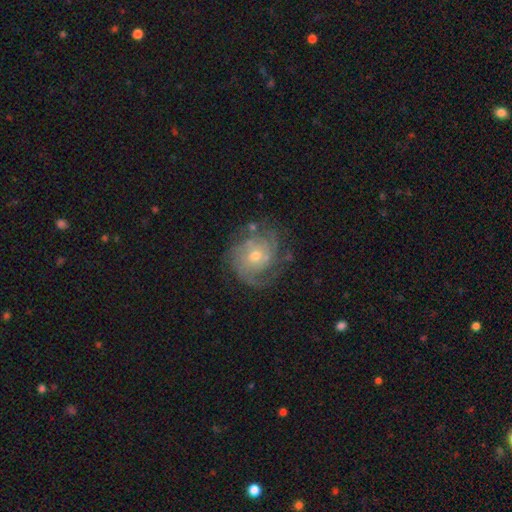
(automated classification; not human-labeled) This is clearly a featured or disk galaxy (81%). It is clearly not viewed edge-on (98%). Bar: likely no (75%). Spiral arm pattern: clearly yes (93%). Spiral arm count: marginally can't tell (34%). Spiral winding: possibly tight (57%). Central bulge: possibly small (50%). Merging: likely none (67%).